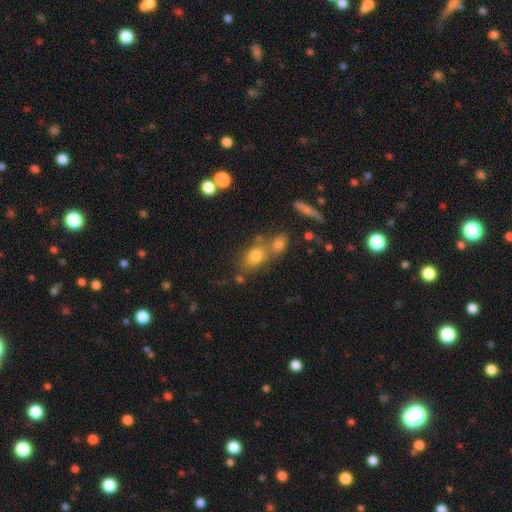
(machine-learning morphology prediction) smooth-or-featured: smooth: 76% | star or artifact: 12% | featured or disk: 12%
  how-rounded: in between: 72% | round: 24% | cigar-shaped: 4%
  merging: none: 50% | merger: 33% | minor disturbance: 12% | major disturbance: 5%